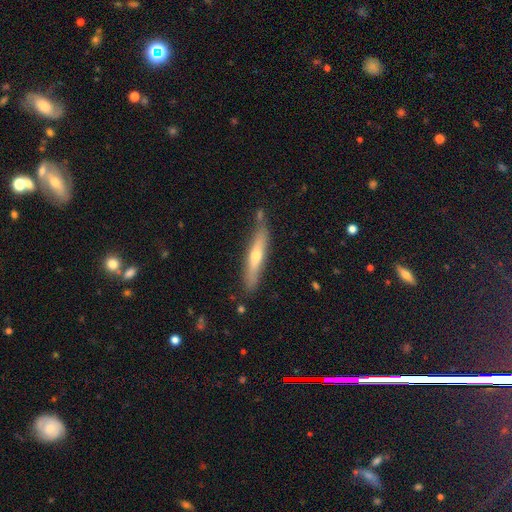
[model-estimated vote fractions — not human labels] featured or disk 48%, smooth 46%, star or artifact 6%. Down the decision tree: merging — none (78%).